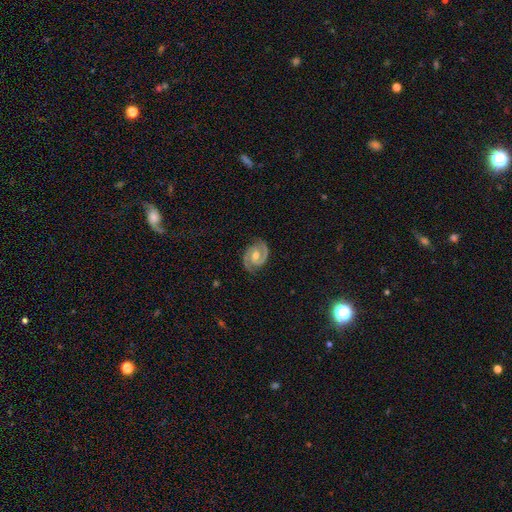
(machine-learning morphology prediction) Smooth or featured? featured or disk (90%)
Edge-on disk? no (98%)
Bar? no (44%)
Spiral arms? yes (98%)
Spiral winding? medium (47%)
Spiral arm count? 2 (93%)
Bulge size? moderate (71%)
Merging? none (84%)